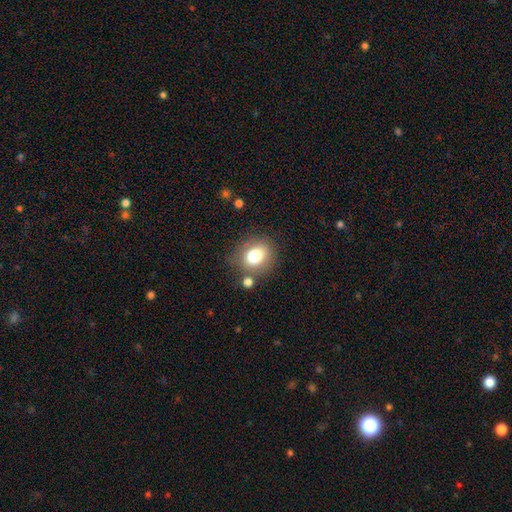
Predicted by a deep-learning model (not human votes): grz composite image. It shows a smooth galaxy with no disk features (77%) that is round (59%). Merging: none (72%).